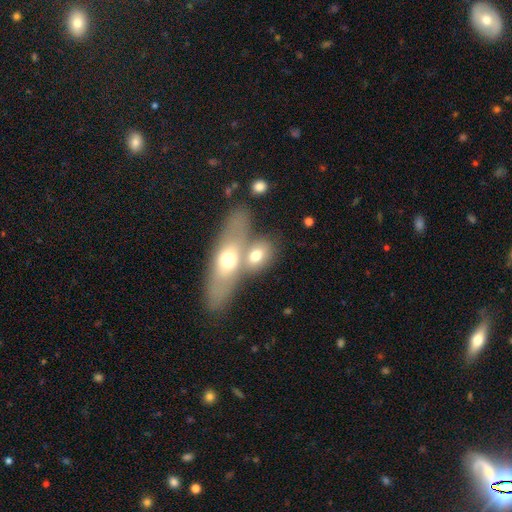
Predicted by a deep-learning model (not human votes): smooth-or-featured: smooth: 63% | featured or disk: 29% | star or artifact: 8%
  how-rounded: in between: 63% | round: 22% | cigar-shaped: 15%
  merging: merger: 56% | none: 31% | minor disturbance: 8% | major disturbance: 6%